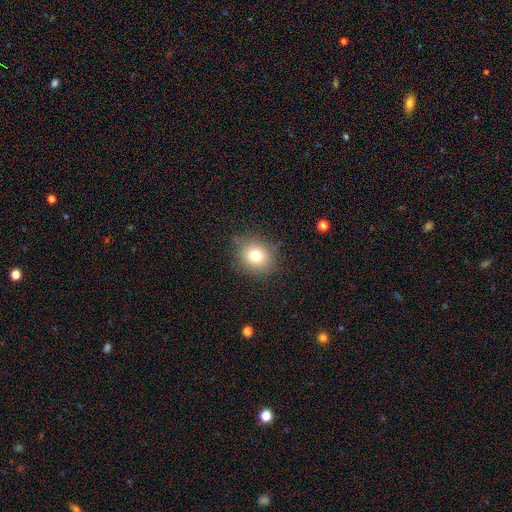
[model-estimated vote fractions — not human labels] The model was most divided on "how rounded": round: 80%, in between: 19%, cigar-shaped: 1%. More confident: merging — none (82%); smooth or featured — smooth (75%).